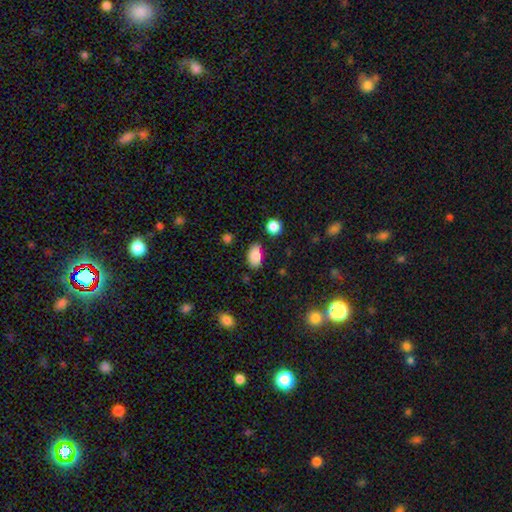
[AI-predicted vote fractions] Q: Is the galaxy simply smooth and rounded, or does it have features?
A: smooth — 83%.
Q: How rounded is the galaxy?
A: in between — 88%.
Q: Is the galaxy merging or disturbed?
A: none — 74%.